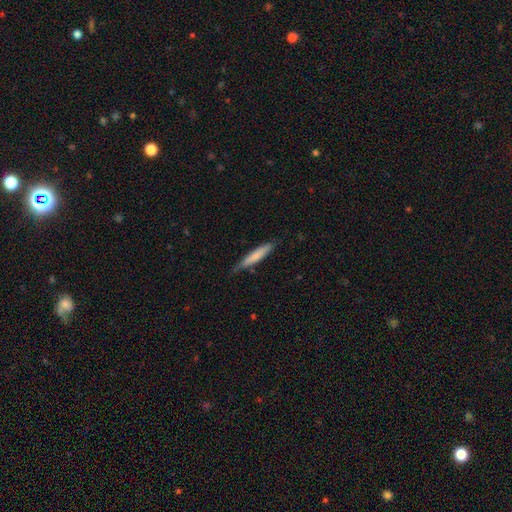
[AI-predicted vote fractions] The model was most divided on "smooth or featured": smooth: 71%, featured or disk: 24%, star or artifact: 5%. More confident: how rounded — cigar-shaped (92%); merging — none (74%).